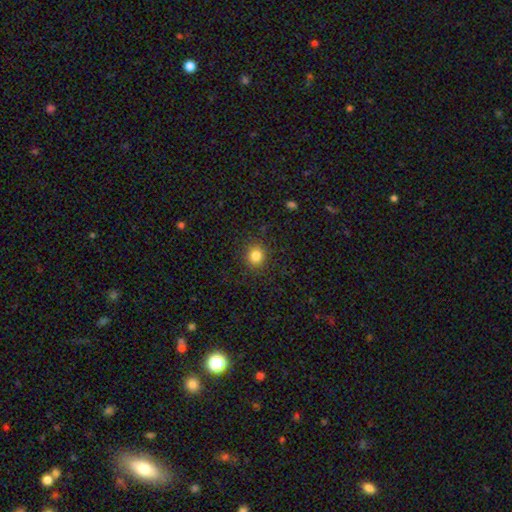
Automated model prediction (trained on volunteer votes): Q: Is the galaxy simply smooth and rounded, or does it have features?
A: smooth — 83%.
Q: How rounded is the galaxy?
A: round — 87%.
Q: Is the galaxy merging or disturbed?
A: none — 89%.